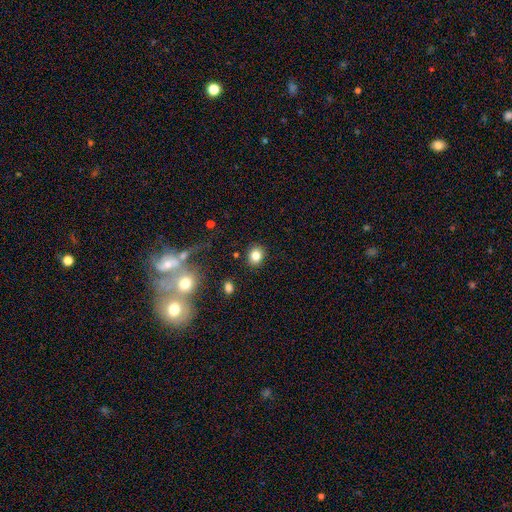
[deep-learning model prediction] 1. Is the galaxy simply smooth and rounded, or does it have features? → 81% smooth, 11% star or artifact, 8% featured or disk.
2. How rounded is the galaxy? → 67% round, 32% in between, 1% cigar-shaped.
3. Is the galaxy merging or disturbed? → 87% none, 8% minor disturbance, 3% major disturbance, 2% merger.